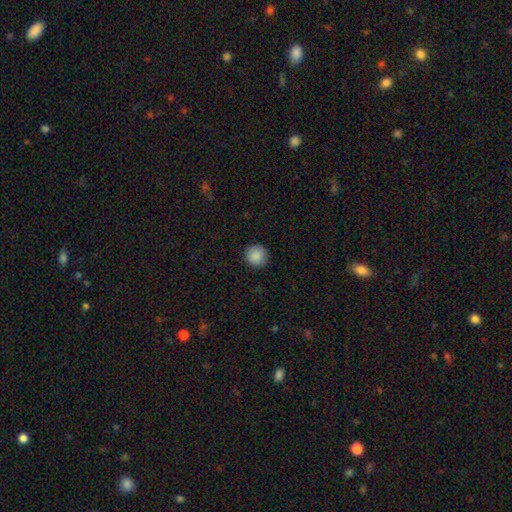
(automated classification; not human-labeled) Smooth or featured?
  - smooth: 89% *
  - star or artifact: 8%
  - featured or disk: 3%
How rounded?
  - round: 95% *
  - in between: 4%
  - cigar-shaped: 1%
Merging?
  - none: 90% *
  - minor disturbance: 7%
  - major disturbance: 2%
  - merger: 1%